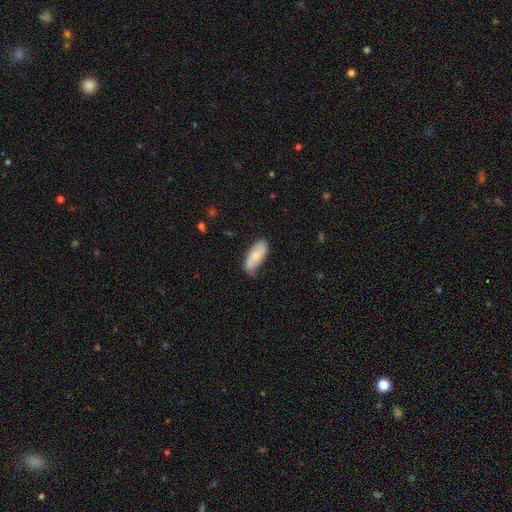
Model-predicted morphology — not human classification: The model was most divided on "smooth or featured": smooth: 63%, featured or disk: 31%, star or artifact: 6%. More confident: how rounded — in between (86%); merging — none (69%).